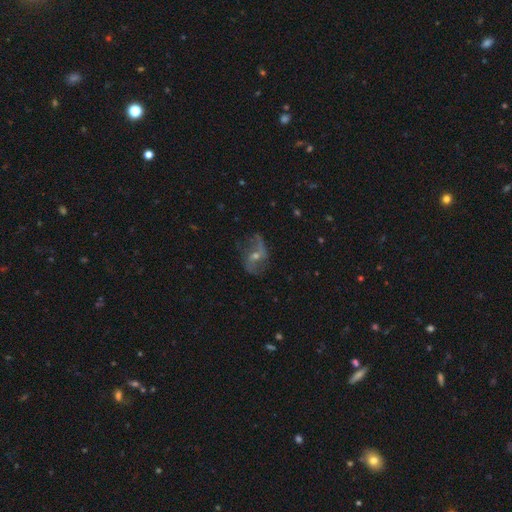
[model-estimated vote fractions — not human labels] smooth-or-featured: featured or disk: 77% | smooth: 12% | star or artifact: 11%
  disk-edge-on: no: 96% | yes: 4%
    bar: no: 47% | weak: 39% | strong: 14%
    has-spiral-arms: yes: 90% | no: 10%
      spiral-winding: loose: 68% | medium: 25% | tight: 7%
      spiral-arm-count: 2: 86% | can't tell: 6% | 1: 3% | 3: 2% | 4: 1% | more than 4: 1%
    bulge-size: small: 49% | moderate: 45% | none: 3% | large: 2% | dominant: 1%
  merging: none: 71% | minor disturbance: 18% | major disturbance: 10% | merger: 2%